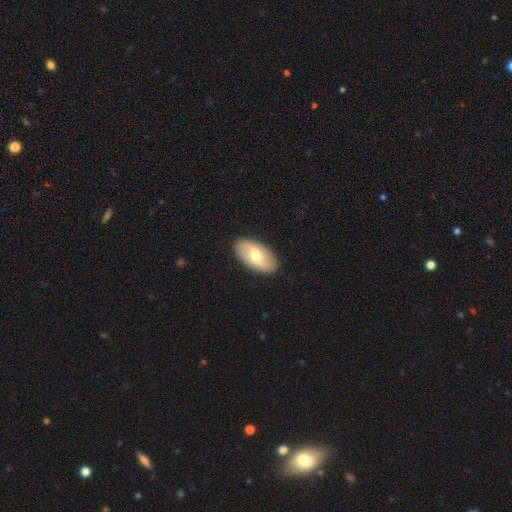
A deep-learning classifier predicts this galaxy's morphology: A smooth galaxy with no disk features (57%) that is in between round and cigar-shaped (94%).

Vote fractions:
- Smooth or featured? smooth: 57% / featured or disk: 37% / star or artifact: 5%
- How rounded? in between: 94% / round: 4% / cigar-shaped: 3%
- Merging? none: 89% / minor disturbance: 8% / major disturbance: 2% / merger: 1%